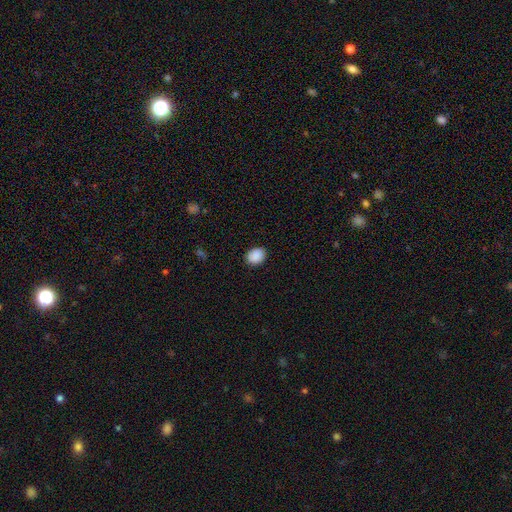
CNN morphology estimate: This is clearly a smooth galaxy (89%). How rounded: possibly in between (53%). Merging: clearly none (86%).